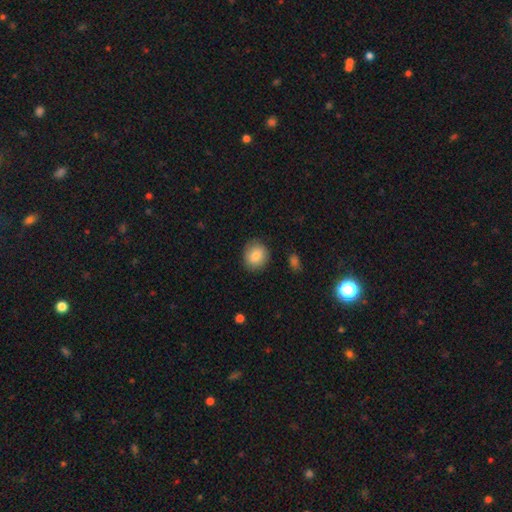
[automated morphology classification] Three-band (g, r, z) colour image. It shows a smooth galaxy with no disk features (84%) that is round (74%). Merging: none (85%).